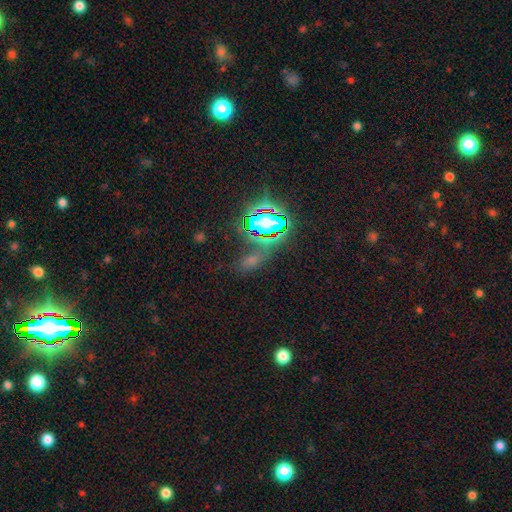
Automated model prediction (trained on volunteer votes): Smooth or featured?
  - star or artifact: 69% *
  - smooth: 22%
  - featured or disk: 10%